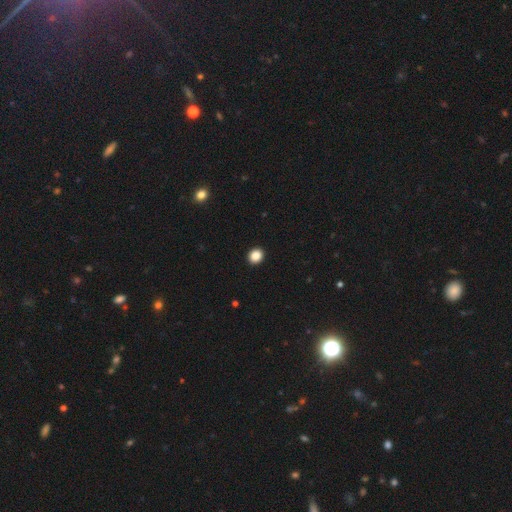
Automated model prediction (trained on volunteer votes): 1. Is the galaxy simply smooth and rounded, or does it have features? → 87% smooth, 10% star or artifact, 3% featured or disk.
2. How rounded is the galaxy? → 78% round, 21% in between, 1% cigar-shaped.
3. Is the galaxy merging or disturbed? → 93% none, 4% minor disturbance, 1% major disturbance, 1% merger.